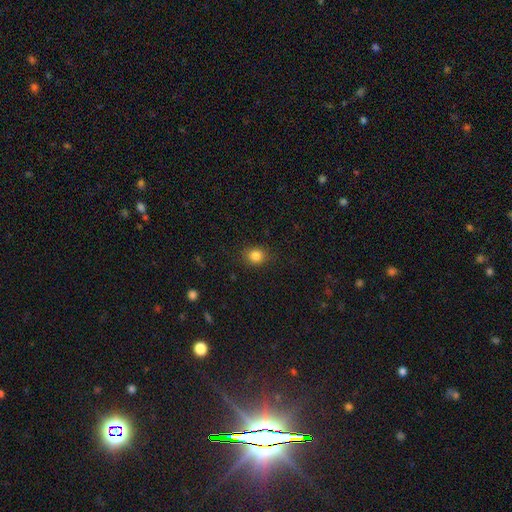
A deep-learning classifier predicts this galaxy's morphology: Smooth or featured? Predicted: smooth (p=0.84). How rounded? Predicted: round (p=0.72). Merging? Predicted: none (p=0.86).